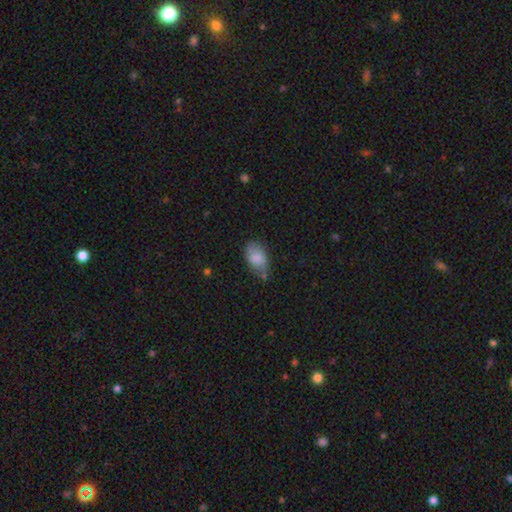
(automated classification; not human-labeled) Q: Smooth or featured?
A: smooth (79%); runner-up: featured or disk (14%)
Q: How rounded?
A: in between (91%); runner-up: round (7%)
Q: Merging?
A: none (51%); runner-up: minor disturbance (35%)